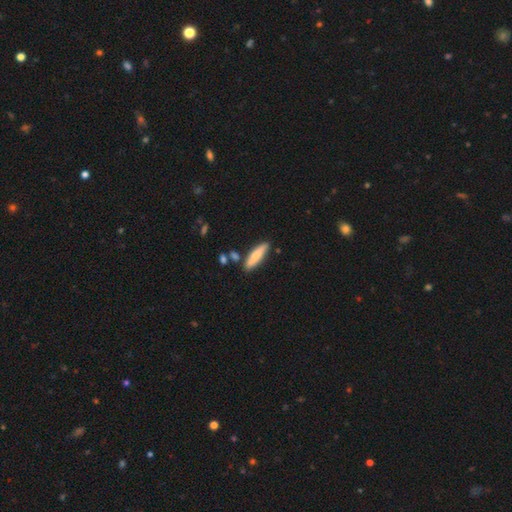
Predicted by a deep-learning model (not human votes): Smooth or featured: smooth — 78% (featured or disk — 16%)
How rounded: cigar-shaped — 74% (in between — 24%)
Merging: none — 79% (minor disturbance — 13%)